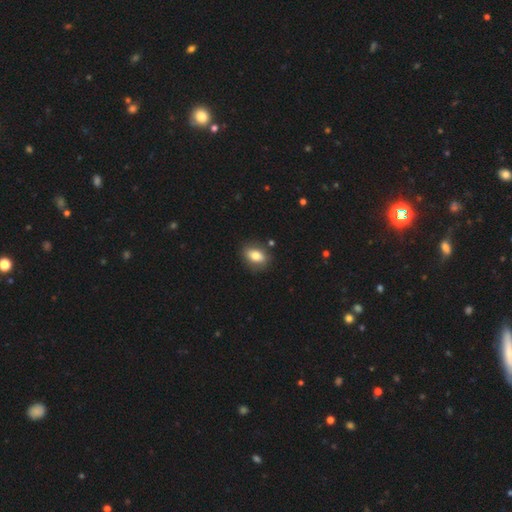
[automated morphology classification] Smooth or featured: smooth — 78% (featured or disk — 14%)
How rounded: in between — 79% (round — 19%)
Merging: none — 81% (minor disturbance — 13%)